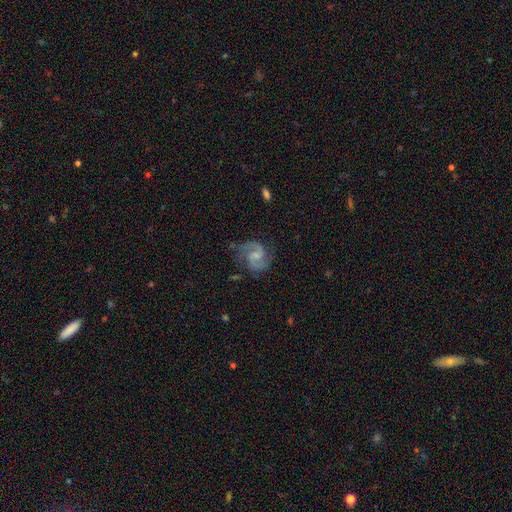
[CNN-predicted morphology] Smooth or featured?
  - featured or disk: 89% *
  - smooth: 6%
  - star or artifact: 5%
Edge-on disk?
  - no: 98% *
  - yes: 2%
Bar?
  - weak: 47% *
  - no: 45%
  - strong: 8%
Spiral arms?
  - yes: 98% *
  - no: 2%
Spiral winding?
  - medium: 61% *
  - tight: 22%
  - loose: 17%
Spiral arm count?
  - 2: 93% *
  - can't tell: 2%
  - 3: 2%
  - 1: 1%
  - 4: 1%
  - more than 4: 1%
Bulge size?
  - small: 49% *
  - moderate: 25%
  - none: 23%
  - large: 2%
  - dominant: 1%
Merging?
  - none: 74% *
  - minor disturbance: 18%
  - major disturbance: 7%
  - merger: 2%